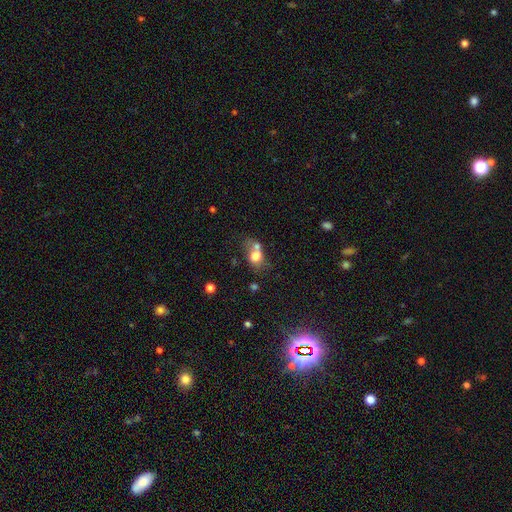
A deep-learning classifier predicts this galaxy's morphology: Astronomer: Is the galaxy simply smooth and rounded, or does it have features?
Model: smooth — 72%.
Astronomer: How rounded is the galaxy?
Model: round — 50% (runner-up: in between, 48%).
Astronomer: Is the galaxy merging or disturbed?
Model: merger — 46% (runner-up: none, 31%).